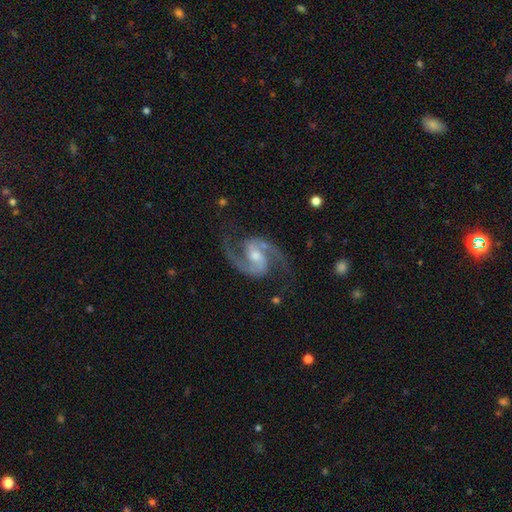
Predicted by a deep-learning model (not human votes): The model was most divided on "bulge size": moderate: 54%, small: 38%, large: 4%, none: 4%, dominant: 1%. Remaining: spiral arms — yes (99%); edge-on disk — no (98%); spiral arm count — 2 (94%); smooth or featured — featured or disk (94%); merging — none (81%); spiral winding — medium (68%); bar — weak (48%).